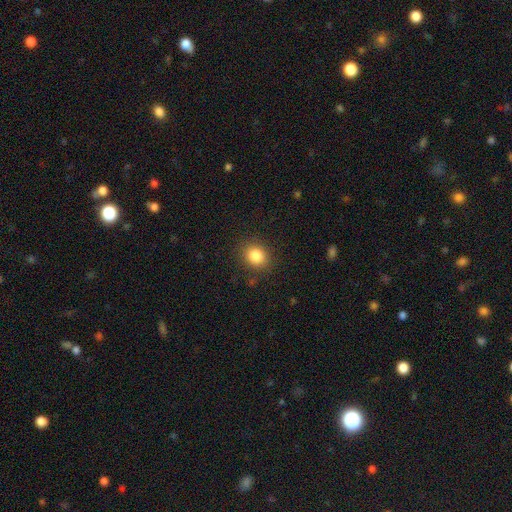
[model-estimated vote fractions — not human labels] The model was most divided on "how rounded": round: 69%, in between: 30%, cigar-shaped: 1%. More confident: merging — none (87%); smooth or featured — smooth (84%).